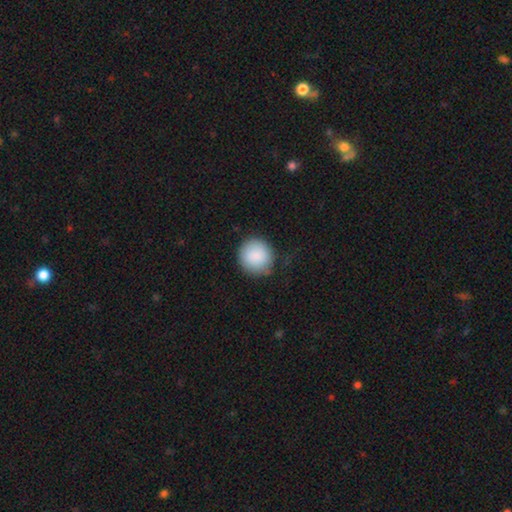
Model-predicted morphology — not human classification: Overall: smooth (88%). How rounded: round (93%). Merging: none (77%).